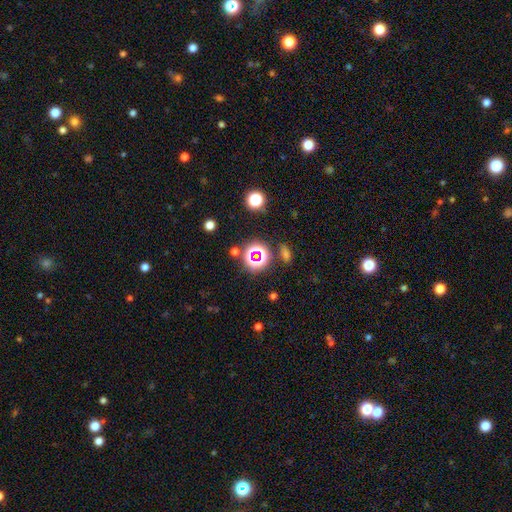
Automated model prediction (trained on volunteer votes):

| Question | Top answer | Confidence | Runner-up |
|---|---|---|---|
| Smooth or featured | star or artifact | 58% | smooth (31%) |